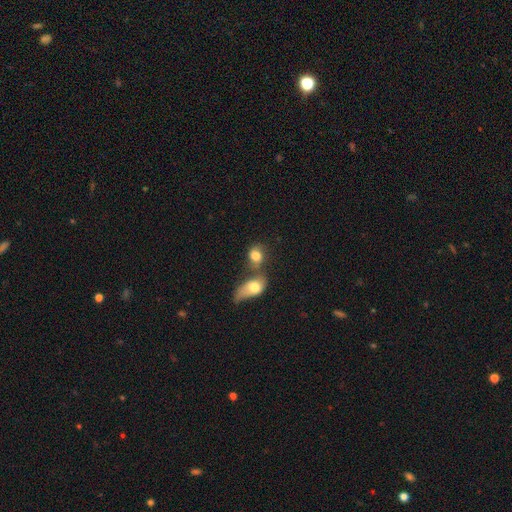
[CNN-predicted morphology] Smooth or featured?
  - smooth: 76% *
  - featured or disk: 15%
  - star or artifact: 9%
How rounded?
  - in between: 50% *
  - round: 48%
  - cigar-shaped: 2%
Merging?
  - merger: 57% *
  - none: 25%
  - minor disturbance: 9%
  - major disturbance: 9%